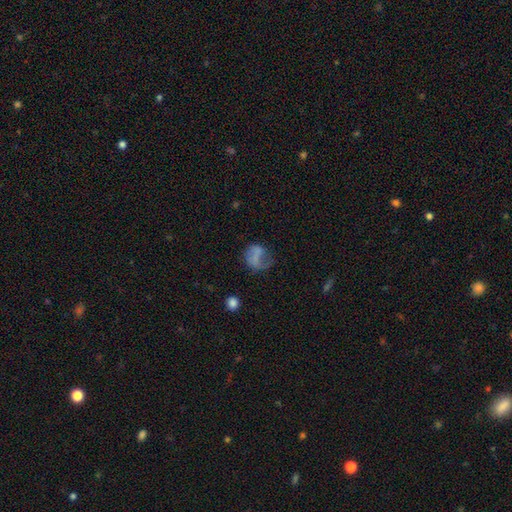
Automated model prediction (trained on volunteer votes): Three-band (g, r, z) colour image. It shows a smooth galaxy with no disk features (56%) that is round (58%). Merging: major disturbance (39%).